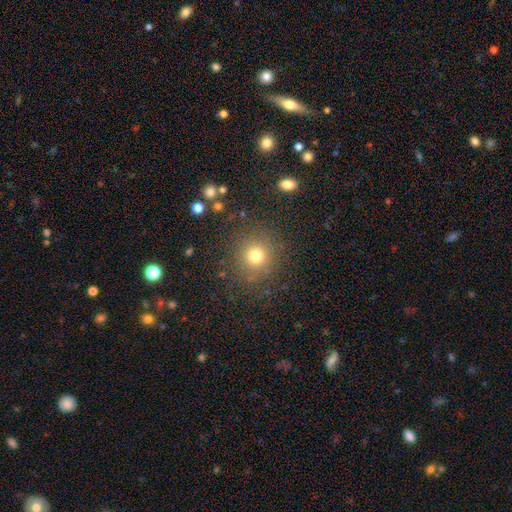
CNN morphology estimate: This appears to be a smooth galaxy with no disk features (75%) that is round (91%). Merging: none (86%).